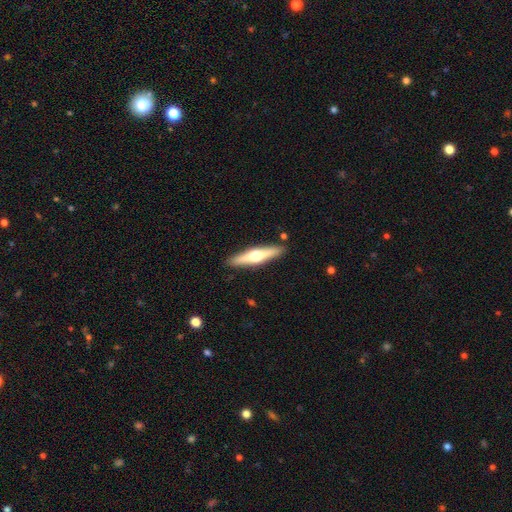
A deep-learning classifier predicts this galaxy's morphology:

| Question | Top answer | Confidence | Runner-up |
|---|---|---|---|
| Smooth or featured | featured or disk | 58% | smooth (37%) |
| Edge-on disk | yes | 95% | no (5%) |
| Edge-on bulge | rounded | 94% | none (3%) |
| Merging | none | 89% | minor disturbance (8%) |